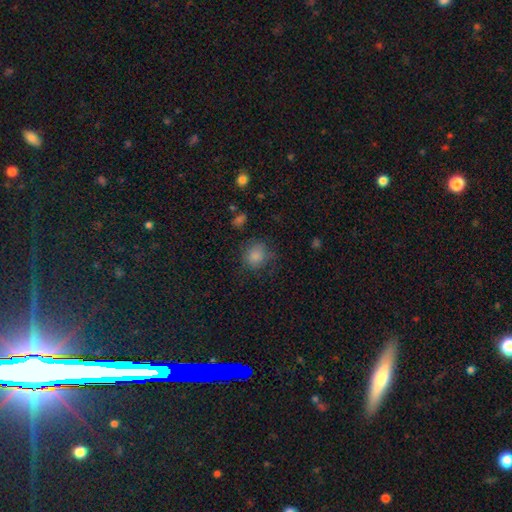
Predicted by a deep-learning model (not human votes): Smooth or featured?
  - smooth: 83% *
  - star or artifact: 11%
  - featured or disk: 6%
How rounded?
  - round: 79% *
  - in between: 20%
  - cigar-shaped: 1%
Merging?
  - none: 68% *
  - minor disturbance: 20%
  - major disturbance: 9%
  - merger: 2%